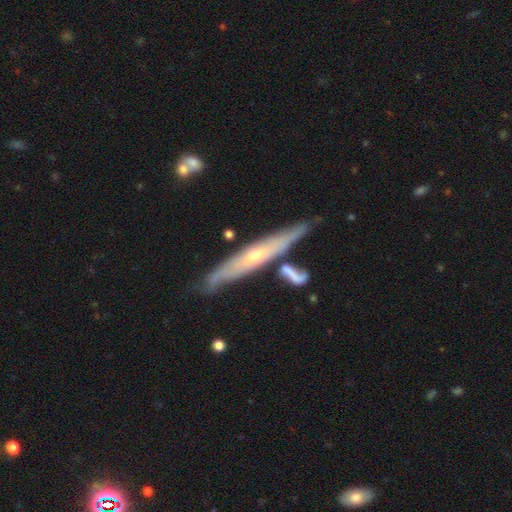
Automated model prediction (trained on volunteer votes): A featured or disk galaxy (67%) viewed edge-on (74%).

Vote fractions:
- Smooth or featured? featured or disk: 67% / smooth: 28% / star or artifact: 5%
- Edge-on disk? yes: 74% / no: 26%
- Merging? none: 68% / minor disturbance: 17% / merger: 10% / major disturbance: 5%